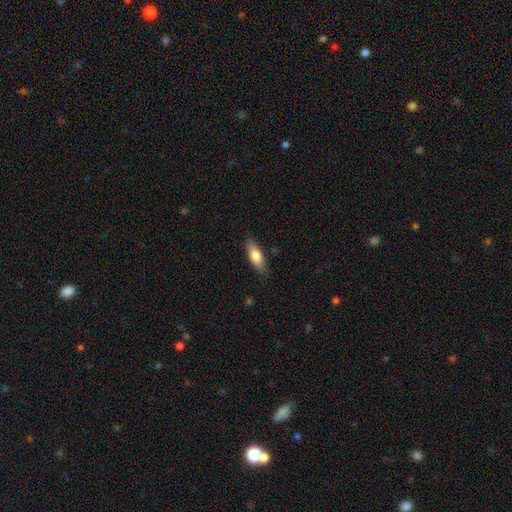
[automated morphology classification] Overall: smooth (70%). How rounded: in between (54%; cigar-shaped 43%). Merging: none (85%).